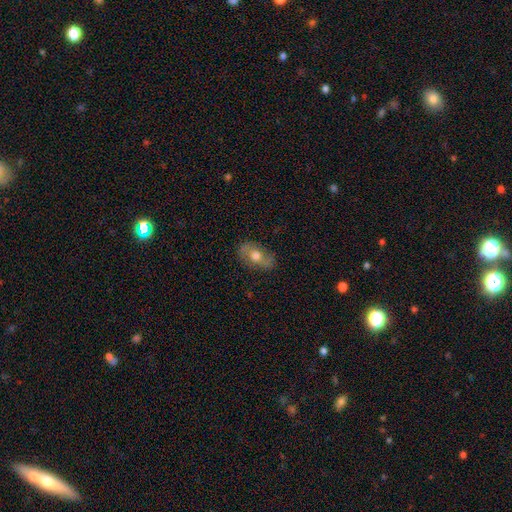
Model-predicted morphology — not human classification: A smooth galaxy with no disk features (49%).

Vote fractions:
- Smooth or featured? smooth: 49% / featured or disk: 42% / star or artifact: 8%
- Merging? none: 81% / minor disturbance: 14% / major disturbance: 4% / merger: 1%